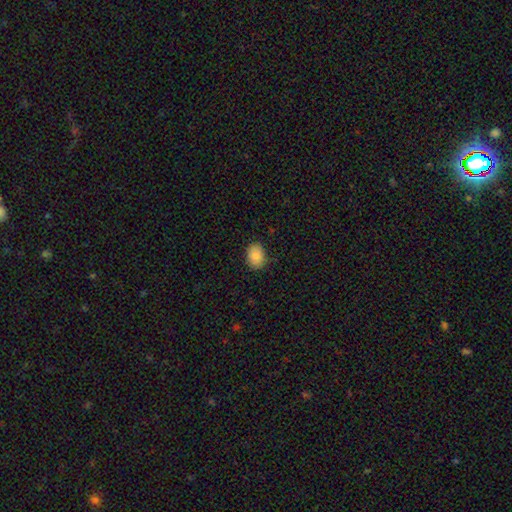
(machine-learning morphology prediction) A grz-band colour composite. It shows a smooth galaxy with no disk features (86%) that is in between round and cigar-shaped (74%). Merging: none (85%).